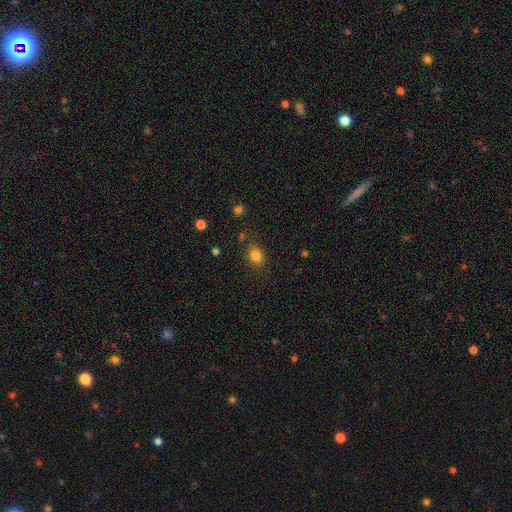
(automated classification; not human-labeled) Smooth or featured? Predicted: smooth (p=0.81). How rounded? Predicted: in between (p=0.50). Merging? Predicted: none (p=0.81).